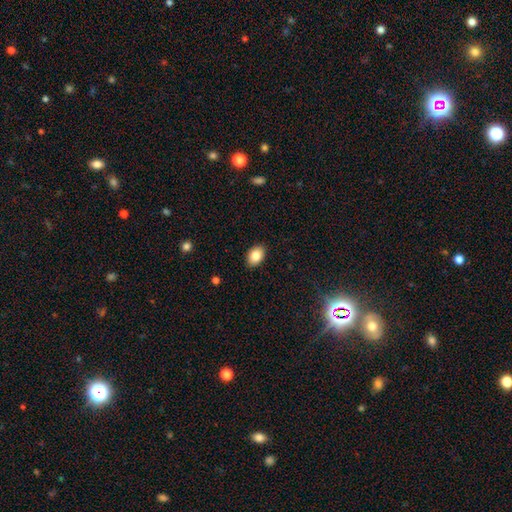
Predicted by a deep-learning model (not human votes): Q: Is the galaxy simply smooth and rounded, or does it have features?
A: smooth — 84%.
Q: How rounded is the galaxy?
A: in between — 83%.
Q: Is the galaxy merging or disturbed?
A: none — 89%.